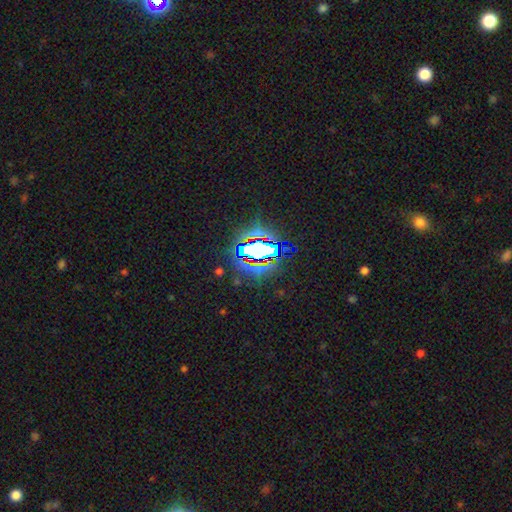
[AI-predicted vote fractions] This is likely a star or artifact rather than a galaxy (76%).